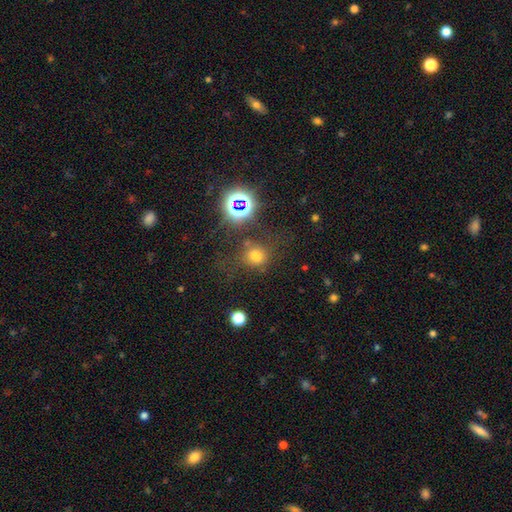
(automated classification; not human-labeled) smooth 66%, star or artifact 25%, featured or disk 9%. Down the decision tree: how rounded — round (81%); merging — none (65%).